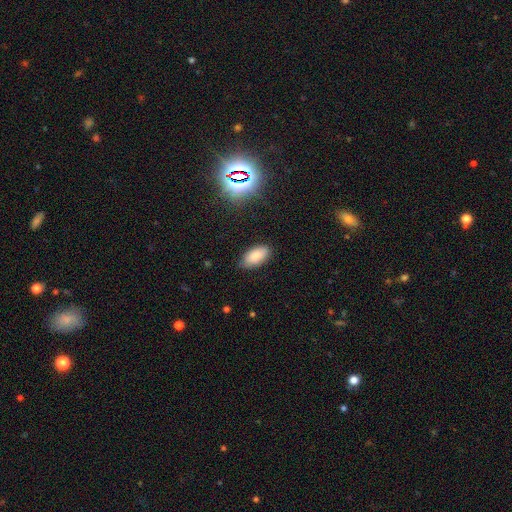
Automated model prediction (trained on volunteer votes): A smooth galaxy with no disk features (85%) that is in between round and cigar-shaped (94%).

Vote fractions:
- Smooth or featured? smooth: 85% / star or artifact: 9% / featured or disk: 7%
- How rounded? in between: 94% / cigar-shaped: 4% / round: 2%
- Merging? none: 82% / minor disturbance: 14% / major disturbance: 3% / merger: 1%